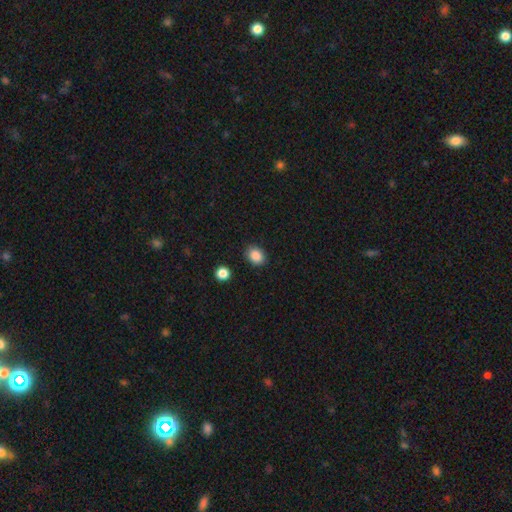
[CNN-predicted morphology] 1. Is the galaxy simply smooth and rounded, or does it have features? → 87% smooth, 9% star or artifact, 4% featured or disk.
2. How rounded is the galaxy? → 51% in between, 48% round, 1% cigar-shaped.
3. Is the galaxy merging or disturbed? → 86% none, 9% minor disturbance, 2% major disturbance, 2% merger.